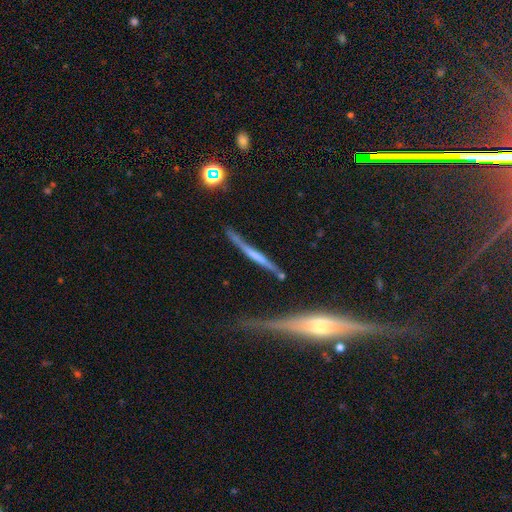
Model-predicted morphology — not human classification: type=featured or disk (64%); edge-on=yes (91%); edge-on bulge=none (55%); merging=none (65%).